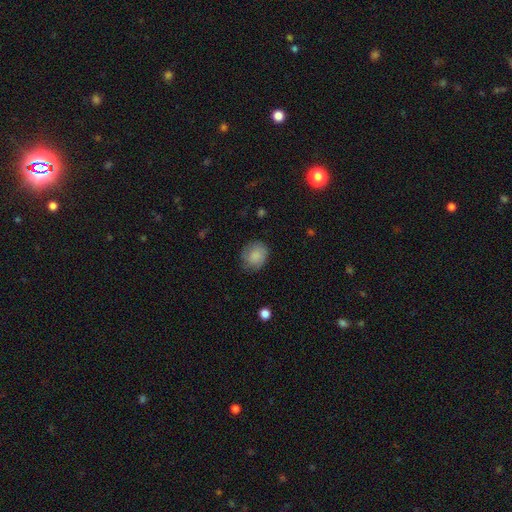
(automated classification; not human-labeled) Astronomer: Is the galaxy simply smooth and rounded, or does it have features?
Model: smooth — 82%.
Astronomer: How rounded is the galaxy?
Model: round — 69%.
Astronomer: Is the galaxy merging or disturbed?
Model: none — 70%.